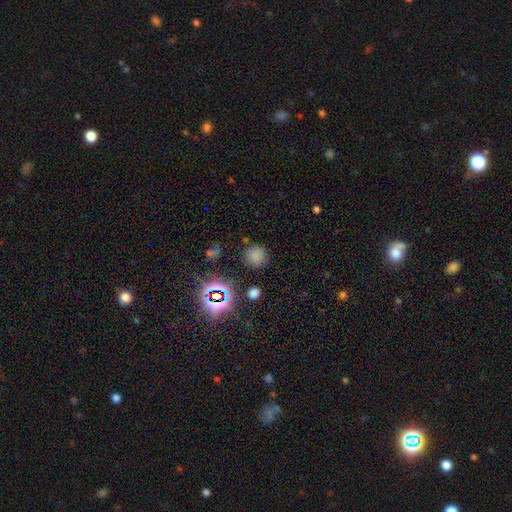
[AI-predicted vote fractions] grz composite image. It shows a smooth galaxy with no disk features (68%) that is round (90%). Merging: none (80%).